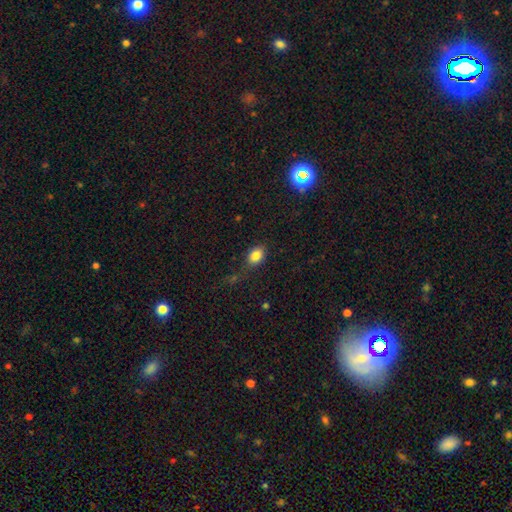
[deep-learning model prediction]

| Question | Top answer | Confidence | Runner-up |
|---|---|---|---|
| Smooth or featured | smooth | 83% | star or artifact (10%) |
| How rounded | in between | 72% | round (26%) |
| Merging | none | 69% | minor disturbance (19%) |